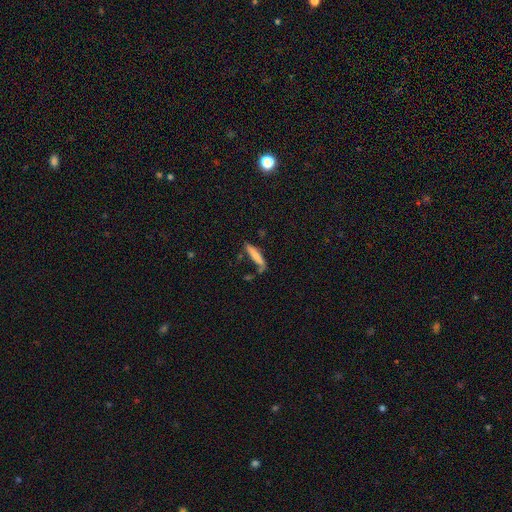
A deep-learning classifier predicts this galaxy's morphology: A smooth galaxy with no disk features (73%) that is cigar-shaped (87%). Merging: none (60%).